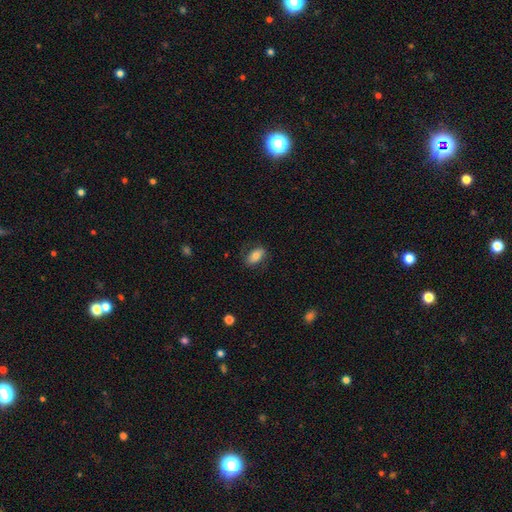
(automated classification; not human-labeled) A smooth galaxy with no disk features (74%) that is in between round and cigar-shaped (90%). Merging: none (76%).